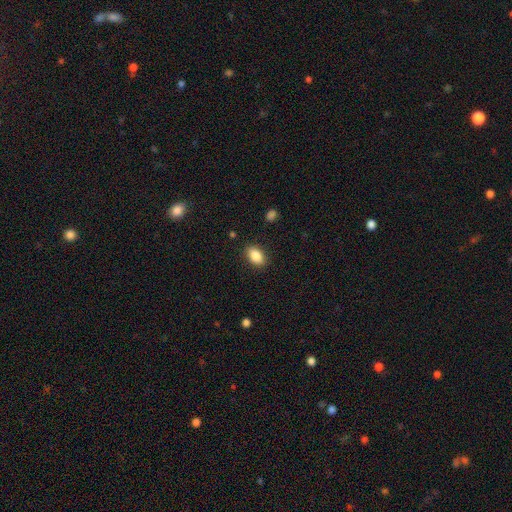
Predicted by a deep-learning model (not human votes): Smooth or featured: smooth — 88% (star or artifact — 8%)
How rounded: in between — 88% (round — 10%)
Merging: none — 88% (minor disturbance — 9%)